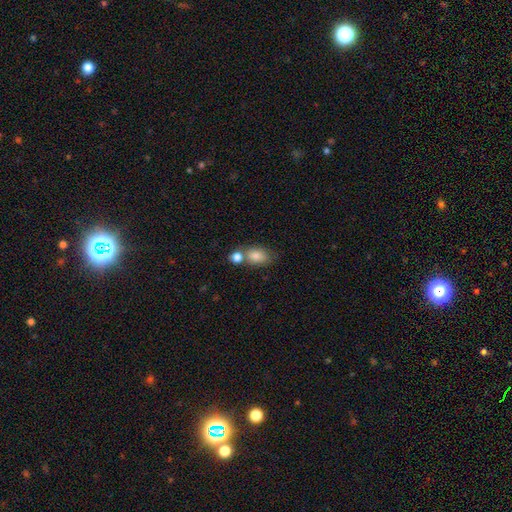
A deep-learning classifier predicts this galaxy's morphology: Smooth or featured?
  - smooth: 82% *
  - star or artifact: 10%
  - featured or disk: 9%
How rounded?
  - in between: 82% *
  - round: 15%
  - cigar-shaped: 3%
Merging?
  - none: 50% *
  - merger: 30%
  - minor disturbance: 15%
  - major disturbance: 6%